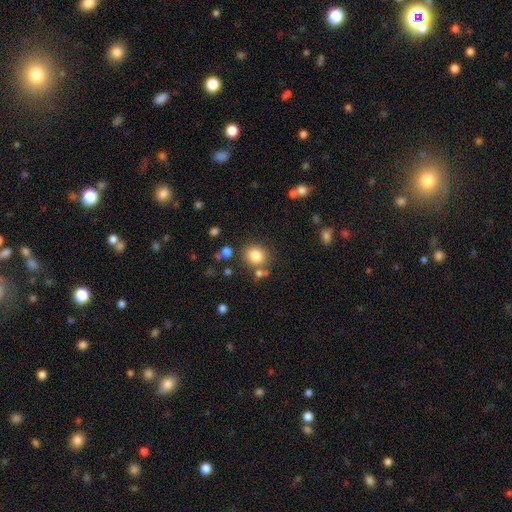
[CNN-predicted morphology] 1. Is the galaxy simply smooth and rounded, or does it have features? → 82% smooth, 11% star or artifact, 7% featured or disk.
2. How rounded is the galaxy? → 79% round, 20% in between, 1% cigar-shaped.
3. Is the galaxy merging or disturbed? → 76% none, 10% minor disturbance, 10% merger, 4% major disturbance.